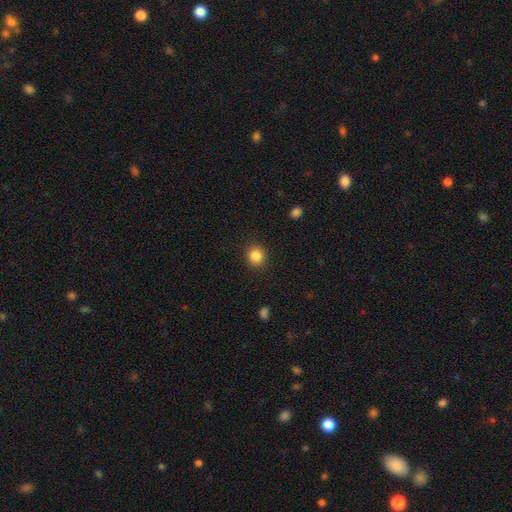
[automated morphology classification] A smooth galaxy with no disk features (85%) that is round (84%).

Vote fractions:
- Smooth or featured? smooth: 85% / star or artifact: 10% / featured or disk: 5%
- How rounded? round: 84% / in between: 15% / cigar-shaped: 1%
- Merging? none: 91% / minor disturbance: 6% / major disturbance: 2% / merger: 1%